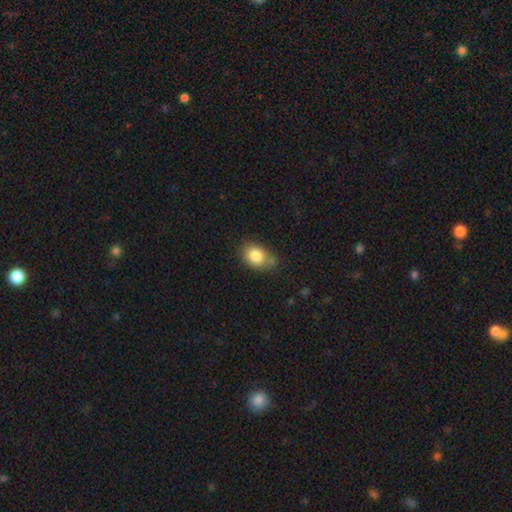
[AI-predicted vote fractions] Smooth or featured? Predicted: smooth (p=0.83). How rounded? Predicted: in between (p=0.67). Merging? Predicted: none (p=0.60).